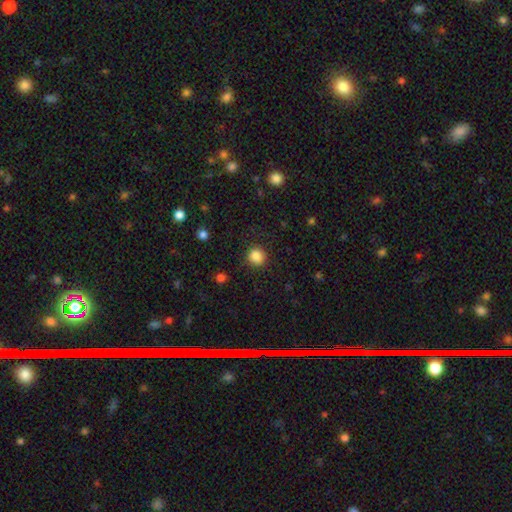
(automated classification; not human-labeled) Smooth or featured? smooth (86%)
How rounded? round (89%)
Merging? none (87%)